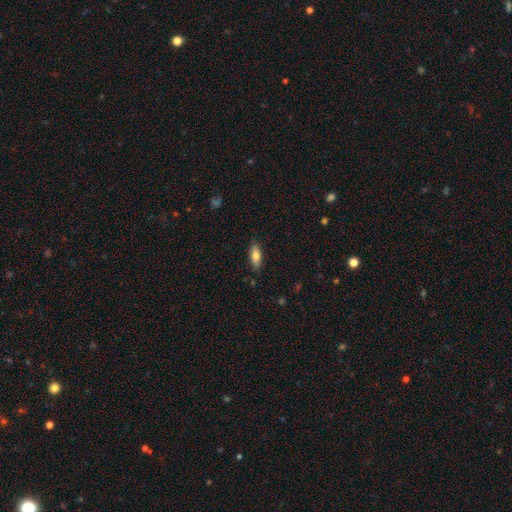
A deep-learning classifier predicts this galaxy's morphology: Smooth or featured?
  - smooth: 75% *
  - featured or disk: 18%
  - star or artifact: 7%
How rounded?
  - in between: 69% *
  - cigar-shaped: 28%
  - round: 2%
Merging?
  - none: 84% *
  - minor disturbance: 12%
  - major disturbance: 2%
  - merger: 1%